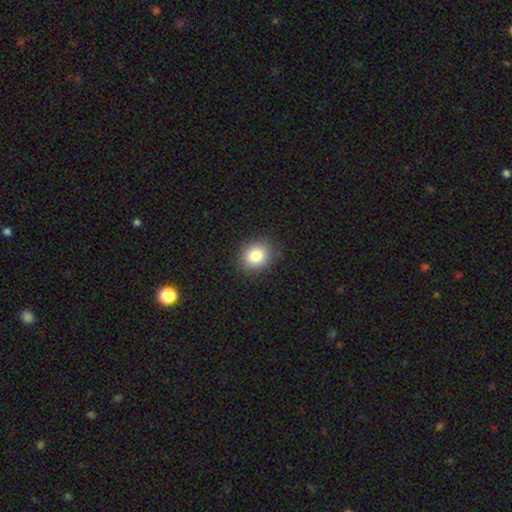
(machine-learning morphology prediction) This is clearly a smooth galaxy (83%). How rounded: likely round (69%). Merging: clearly none (88%).